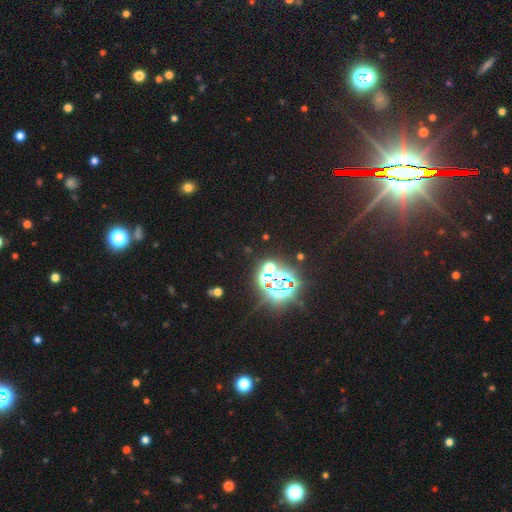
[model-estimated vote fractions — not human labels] Smooth or featured? Predicted: star or artifact (p=0.82).